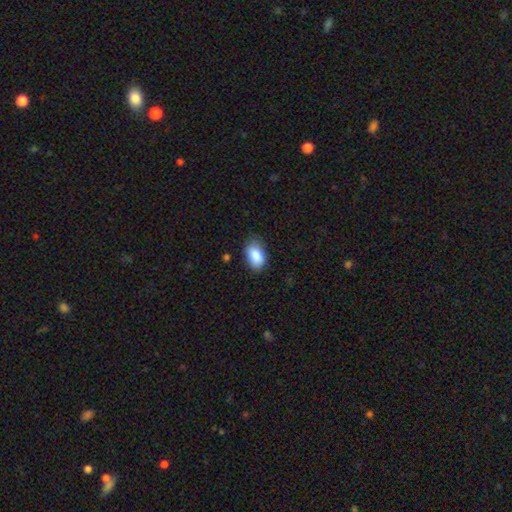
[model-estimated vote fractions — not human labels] A smooth galaxy with no disk features (88%) that is in between round and cigar-shaped (92%). Merging: none (76%).